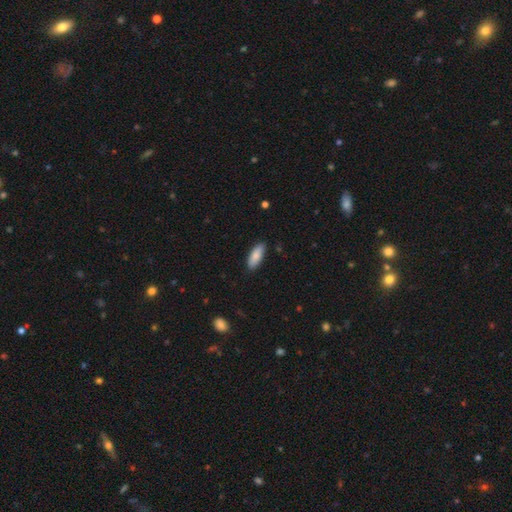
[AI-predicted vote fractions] This appears to be a smooth galaxy with no disk features (86%) that is in between round and cigar-shaped (70%). Merging: none (86%).